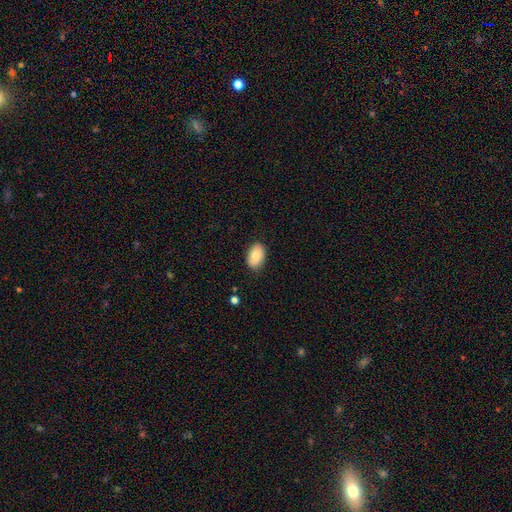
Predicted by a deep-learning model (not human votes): Overall: smooth (81%). How rounded: in between (90%). Merging: none (83%).